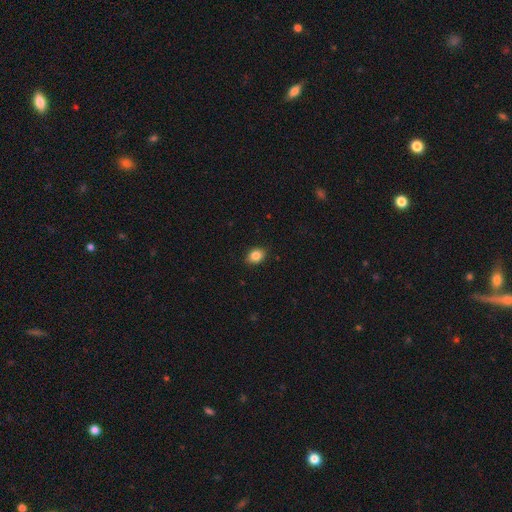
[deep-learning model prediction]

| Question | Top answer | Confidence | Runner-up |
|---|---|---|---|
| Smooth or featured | smooth | 86% | star or artifact (9%) |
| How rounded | in between | 61% | round (38%) |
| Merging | none | 88% | minor disturbance (9%) |